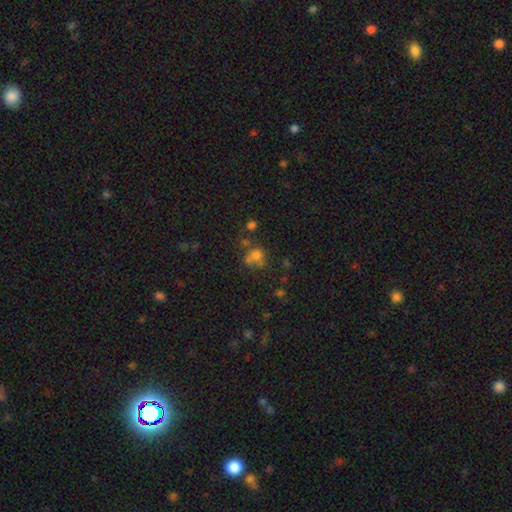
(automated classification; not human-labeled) Smooth or featured? Predicted: smooth (p=0.66). How rounded? Predicted: round (p=0.66). Merging? Predicted: none (p=0.41).